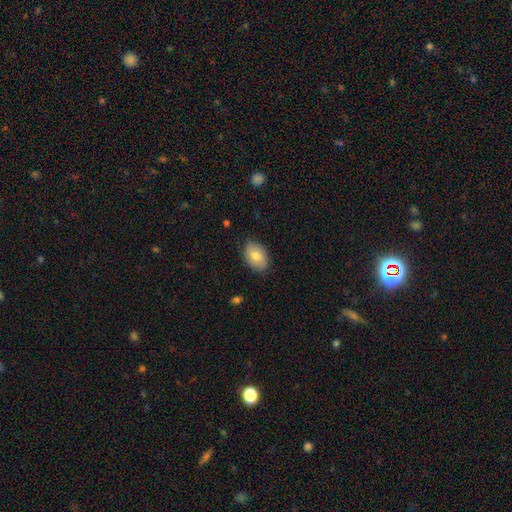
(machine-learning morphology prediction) Smooth or featured?
  - smooth: 78% *
  - featured or disk: 15%
  - star or artifact: 7%
How rounded?
  - in between: 88% *
  - round: 11%
  - cigar-shaped: 1%
Merging?
  - none: 83% *
  - minor disturbance: 14%
  - major disturbance: 2%
  - merger: 1%